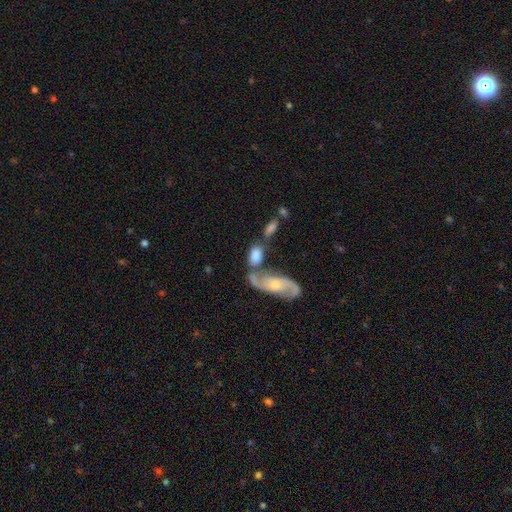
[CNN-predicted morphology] Smooth or featured? smooth (63%)
How rounded? in between (88%)
Merging? merger (46%)